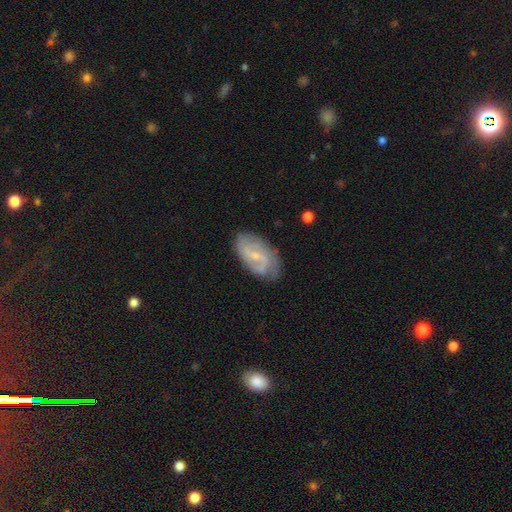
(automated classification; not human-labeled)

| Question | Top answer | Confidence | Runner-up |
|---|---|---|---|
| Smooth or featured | featured or disk | 75% | smooth (19%) |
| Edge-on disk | no | 96% | yes (4%) |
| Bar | weak | 55% | no (30%) |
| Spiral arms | yes | 91% | no (9%) |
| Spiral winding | medium | 43% | tight (29%) |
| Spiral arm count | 2 | 63% | can't tell (20%) |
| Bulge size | small | 71% | moderate (22%) |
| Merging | none | 73% | minor disturbance (20%) |